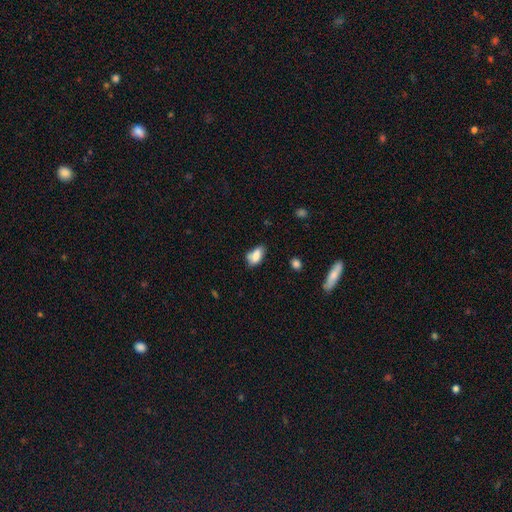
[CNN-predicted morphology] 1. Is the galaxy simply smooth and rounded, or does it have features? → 78% smooth, 13% featured or disk, 9% star or artifact.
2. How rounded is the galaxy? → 89% in between, 6% round, 5% cigar-shaped.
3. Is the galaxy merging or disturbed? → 50% none, 28% minor disturbance, 14% merger, 8% major disturbance.